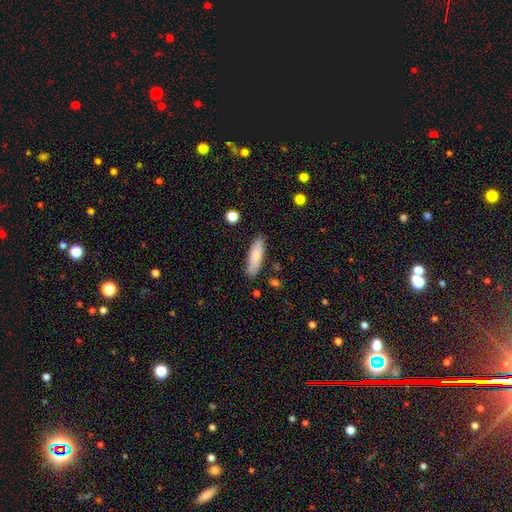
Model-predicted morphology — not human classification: Overall: smooth (78%). How rounded: cigar-shaped (60%; in between 39%). Merging: none (85%).